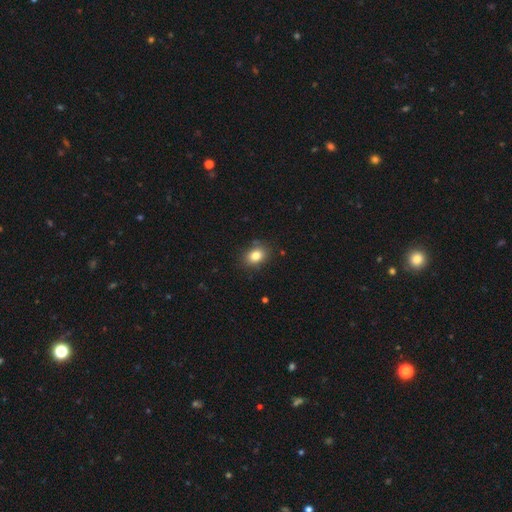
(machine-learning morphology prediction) A smooth galaxy with no disk features (81%) that is in between round and cigar-shaped (62%). Merging: none (84%).